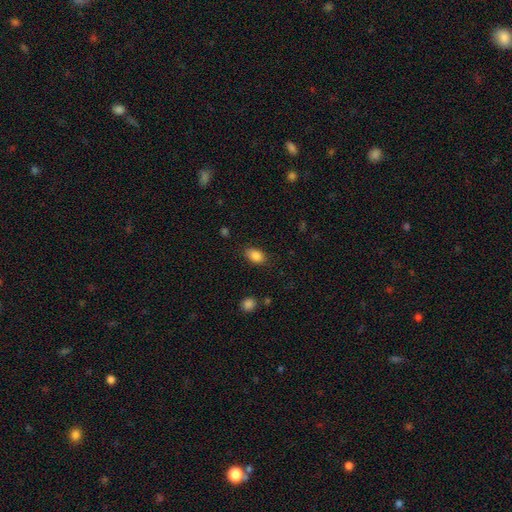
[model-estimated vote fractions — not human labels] Smooth or featured: smooth — 86% (star or artifact — 8%)
How rounded: in between — 88% (round — 10%)
Merging: none — 83% (minor disturbance — 13%)